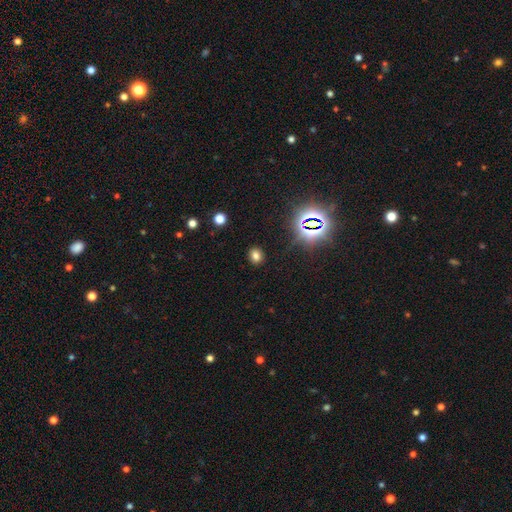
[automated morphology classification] Smooth or featured?
  - smooth: 70% *
  - star or artifact: 23%
  - featured or disk: 7%
How rounded?
  - round: 52% *
  - in between: 47%
  - cigar-shaped: 1%
Merging?
  - none: 87% *
  - minor disturbance: 9%
  - major disturbance: 3%
  - merger: 2%